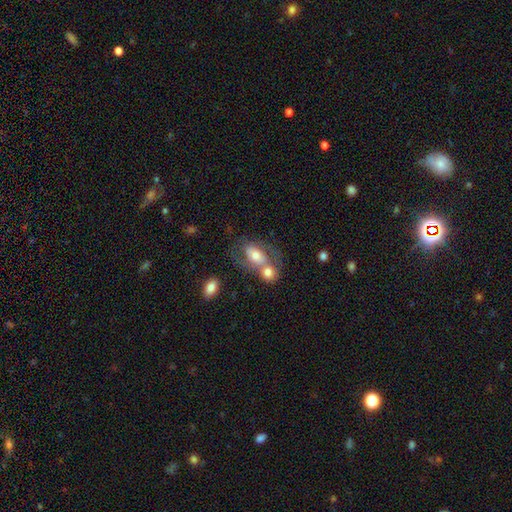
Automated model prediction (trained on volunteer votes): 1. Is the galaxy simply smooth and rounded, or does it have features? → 53% smooth, 39% featured or disk, 8% star or artifact.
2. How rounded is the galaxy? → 81% in between, 16% round, 3% cigar-shaped.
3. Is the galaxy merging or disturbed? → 52% merger, 28% none, 12% minor disturbance, 8% major disturbance.